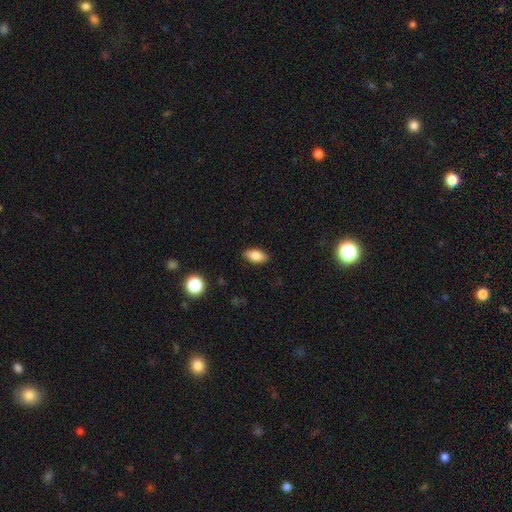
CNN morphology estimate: A smooth galaxy with no disk features (81%) that is in between round and cigar-shaped (89%).

Vote fractions:
- Smooth or featured? smooth: 81% / featured or disk: 11% / star or artifact: 8%
- How rounded? in between: 89% / cigar-shaped: 7% / round: 4%
- Merging? none: 87% / minor disturbance: 9% / major disturbance: 2% / merger: 1%